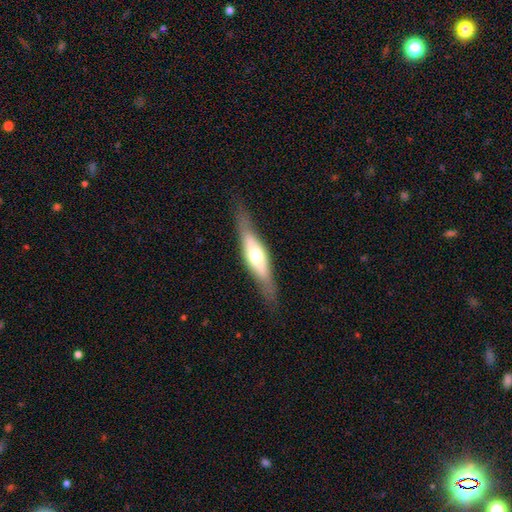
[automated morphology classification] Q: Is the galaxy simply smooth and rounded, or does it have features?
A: featured or disk — 56%.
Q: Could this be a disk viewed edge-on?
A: yes — 83%.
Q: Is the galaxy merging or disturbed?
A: none — 79%.